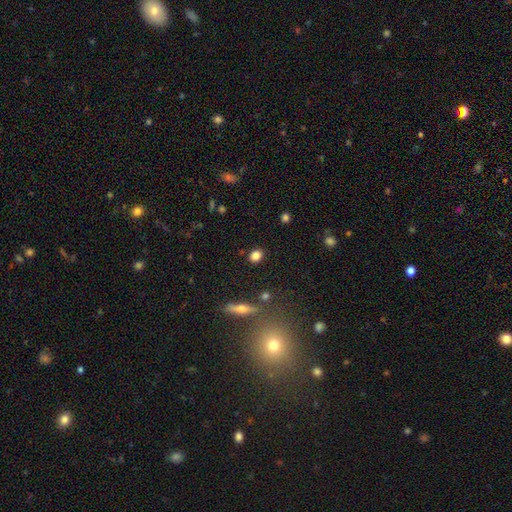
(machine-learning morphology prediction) smooth 82%, star or artifact 11%, featured or disk 7%. Down the decision tree: how rounded — round (51%); merging — none (87%).